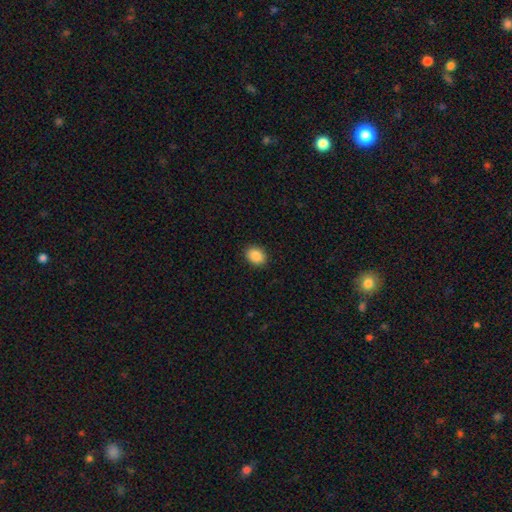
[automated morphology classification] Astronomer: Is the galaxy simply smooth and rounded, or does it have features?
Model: smooth — 89%.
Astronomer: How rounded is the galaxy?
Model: in between — 65%.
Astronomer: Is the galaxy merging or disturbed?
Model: none — 90%.